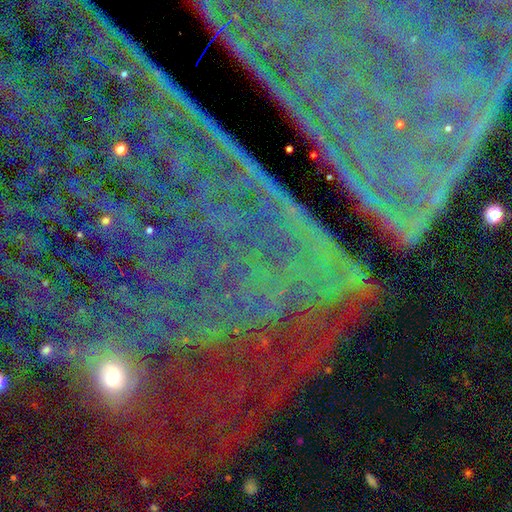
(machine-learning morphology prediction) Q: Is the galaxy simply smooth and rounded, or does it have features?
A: star or artifact — 79%.